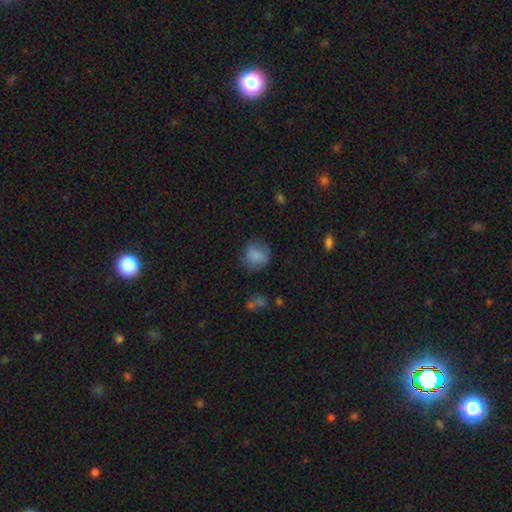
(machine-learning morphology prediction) A smooth galaxy with no disk features (81%) that is round (82%).

Vote fractions:
- Smooth or featured? smooth: 81% / featured or disk: 10% / star or artifact: 9%
- How rounded? round: 82% / in between: 17% / cigar-shaped: 1%
- Merging? none: 71% / minor disturbance: 20% / major disturbance: 7% / merger: 2%